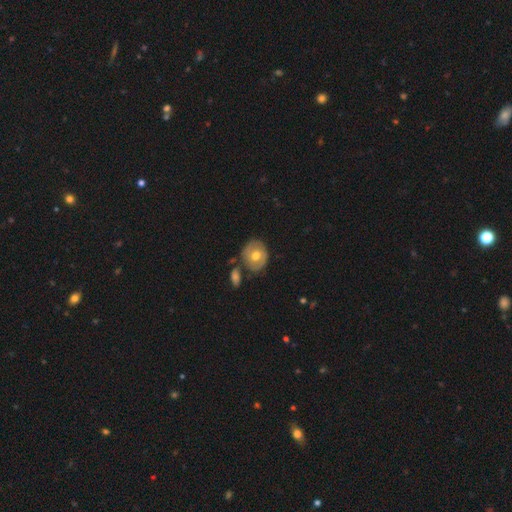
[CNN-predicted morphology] This appears to be a smooth galaxy with no disk features (53%) that is round (70%). Merging: none (72%).